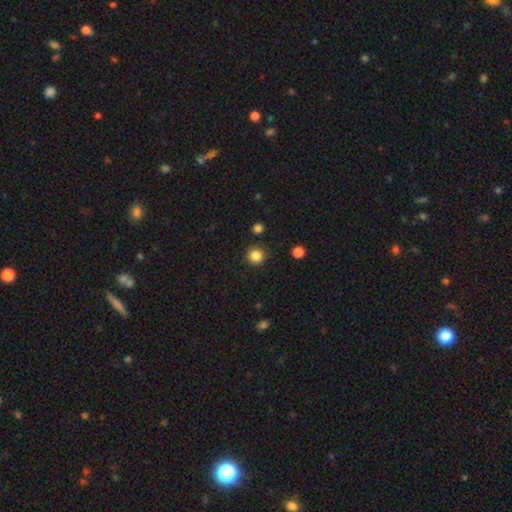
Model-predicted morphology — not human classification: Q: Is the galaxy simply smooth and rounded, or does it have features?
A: smooth — 85%.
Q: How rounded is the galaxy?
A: round — 94%.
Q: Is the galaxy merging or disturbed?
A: none — 90%.